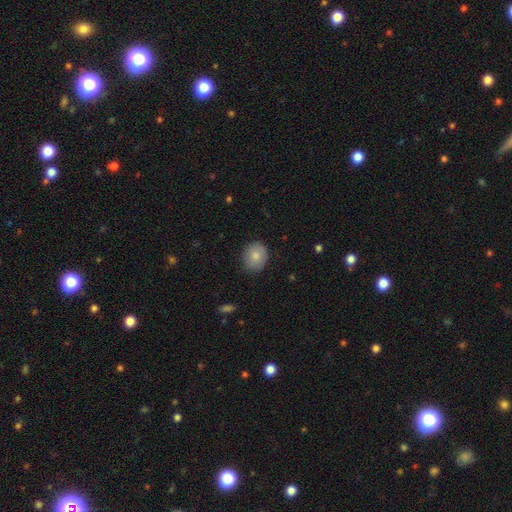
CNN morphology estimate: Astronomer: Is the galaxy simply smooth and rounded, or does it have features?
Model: smooth — 82%.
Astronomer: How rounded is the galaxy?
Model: round — 63%.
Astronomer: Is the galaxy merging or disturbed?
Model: none — 83%.